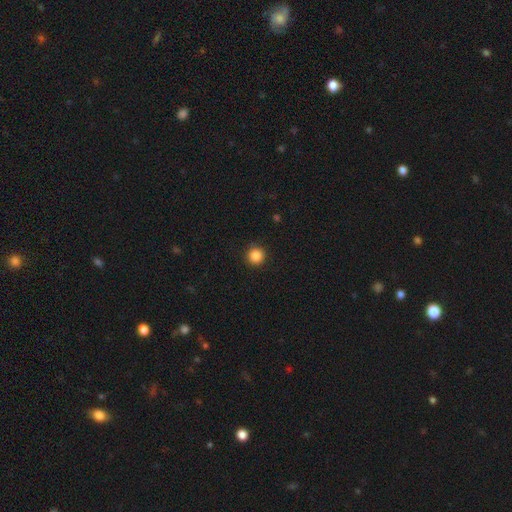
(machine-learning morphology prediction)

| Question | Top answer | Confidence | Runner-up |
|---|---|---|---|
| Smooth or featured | smooth | 86% | star or artifact (11%) |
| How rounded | round | 95% | in between (4%) |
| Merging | none | 92% | minor disturbance (5%) |